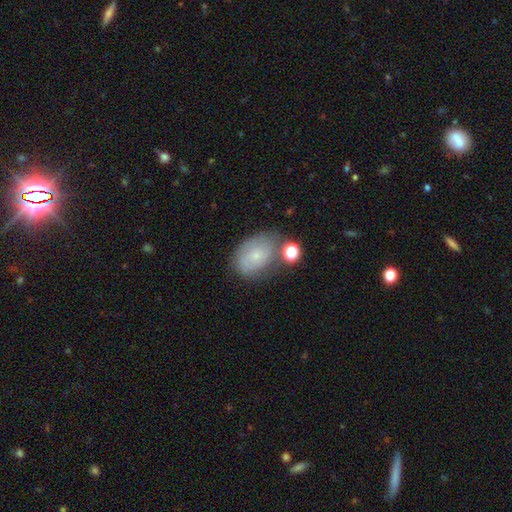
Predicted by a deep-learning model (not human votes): Smooth or featured? smooth (58%)
How rounded? in between (76%)
Merging? none (56%)